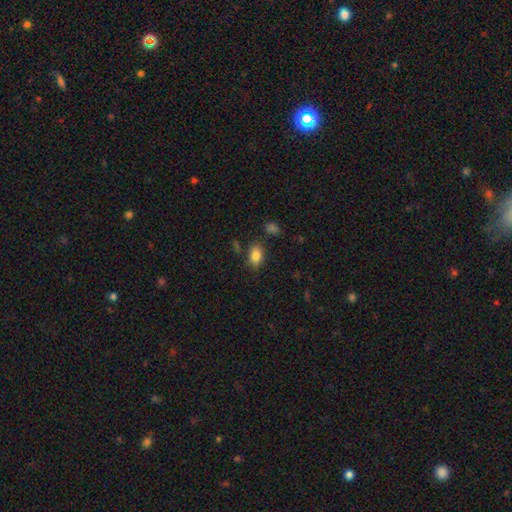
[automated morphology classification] smooth-or-featured: smooth: 84% | star or artifact: 9% | featured or disk: 7%
  how-rounded: in between: 83% | round: 15% | cigar-shaped: 2%
  merging: none: 78% | minor disturbance: 14% | merger: 4% | major disturbance: 4%